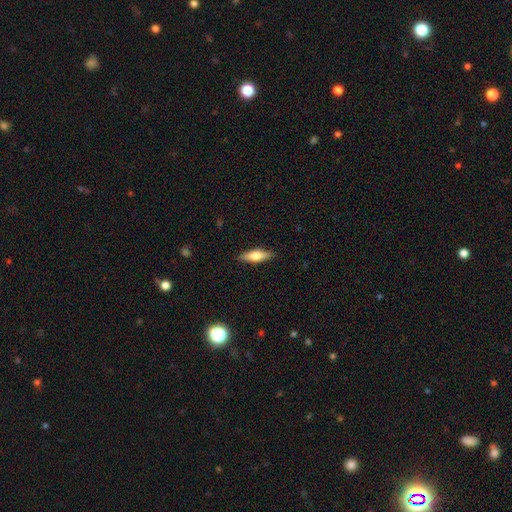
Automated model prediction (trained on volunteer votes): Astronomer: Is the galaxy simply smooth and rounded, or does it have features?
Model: smooth — 60%.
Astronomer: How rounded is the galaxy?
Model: cigar-shaped — 54% (runner-up: in between, 43%).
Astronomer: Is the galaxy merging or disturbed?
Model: none — 88%.